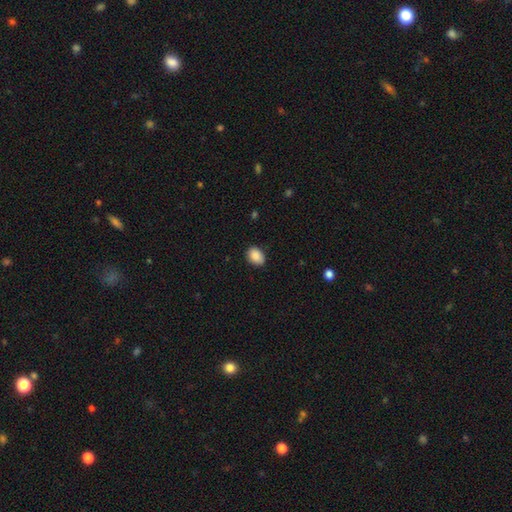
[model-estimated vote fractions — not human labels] Smooth or featured: smooth — 89% (star or artifact — 8%)
How rounded: in between — 69% (round — 30%)
Merging: none — 84% (minor disturbance — 12%)